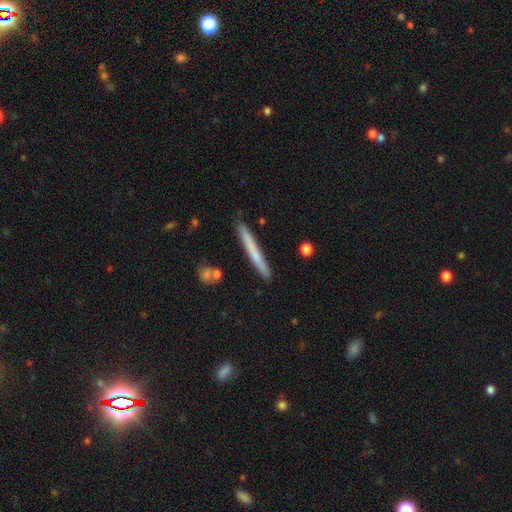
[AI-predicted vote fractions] Smooth or featured? smooth (59%)
How rounded? cigar-shaped (97%)
Merging? none (88%)